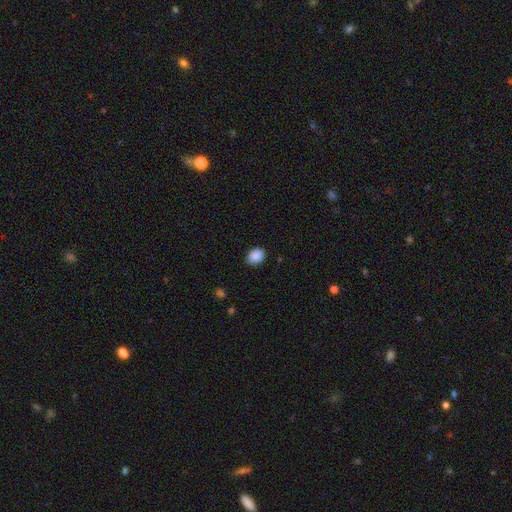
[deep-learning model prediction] Smooth or featured? smooth (89%)
How rounded? in between (62%)
Merging? none (84%)